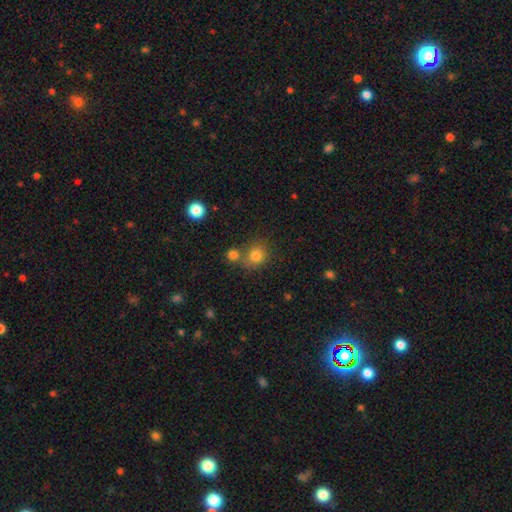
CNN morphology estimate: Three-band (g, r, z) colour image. It shows a smooth galaxy with no disk features (80%) that is round (80%). Merging: none (60%).